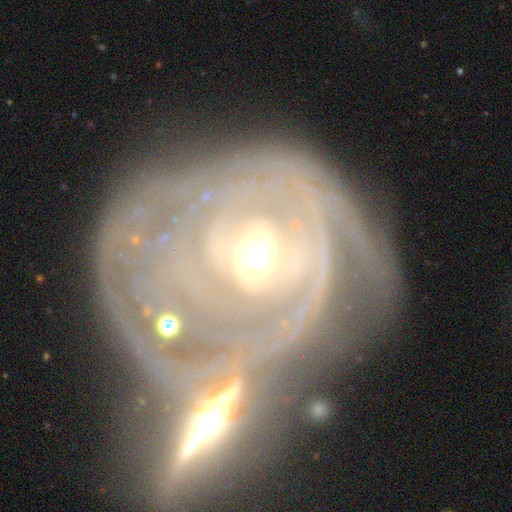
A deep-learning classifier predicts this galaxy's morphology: A featured or disk galaxy (84%) with no bar (59%), tight (77%) spiral arms (83%) and a moderate central bulge (62%).

Vote fractions:
- Smooth or featured? featured or disk: 84% / smooth: 8% / star or artifact: 8%
- Edge-on disk? no: 93% / yes: 7%
- Bar? no: 59% / weak: 27% / strong: 14%
- Spiral arms? yes: 83% / no: 17%
- Spiral winding? tight: 77% / medium: 17% / loose: 6%
- Spiral arm count? can't tell: 53% / 2: 14% / 3: 12% / 4: 8% / more than 4: 7% / 1: 6%
- Bulge size? moderate: 62% / small: 30% / large: 5% / none: 2% / dominant: 1%
- Merging? merger: 46% / none: 28% / major disturbance: 13% / minor disturbance: 13%